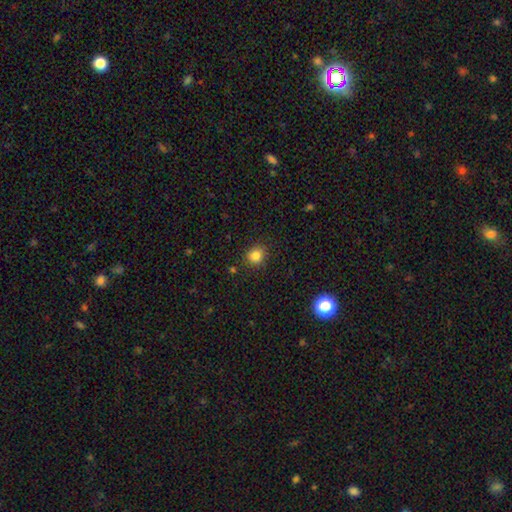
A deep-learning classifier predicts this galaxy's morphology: smooth 82%, star or artifact 13%, featured or disk 5%. Down the decision tree: how rounded — round (81%); merging — none (86%).